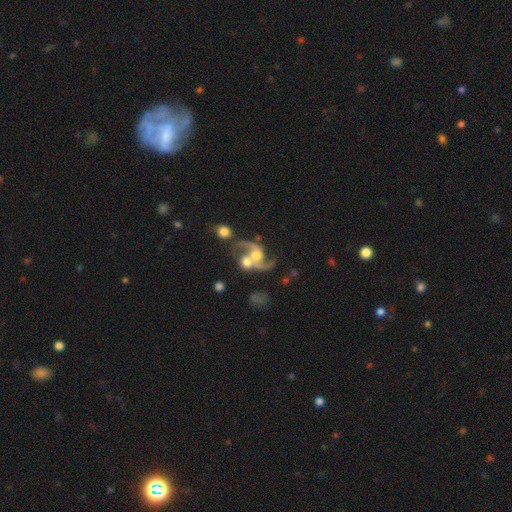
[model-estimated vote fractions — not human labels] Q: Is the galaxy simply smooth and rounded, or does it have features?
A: featured or disk — 85%.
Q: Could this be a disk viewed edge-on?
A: no — 97%.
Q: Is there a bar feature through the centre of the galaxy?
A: no — 62%.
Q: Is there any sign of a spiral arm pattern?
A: yes — 96%.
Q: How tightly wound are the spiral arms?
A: loose — 64%.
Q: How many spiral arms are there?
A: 2 — 91%.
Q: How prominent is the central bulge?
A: moderate — 54%.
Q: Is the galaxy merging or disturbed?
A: merger — 44%.